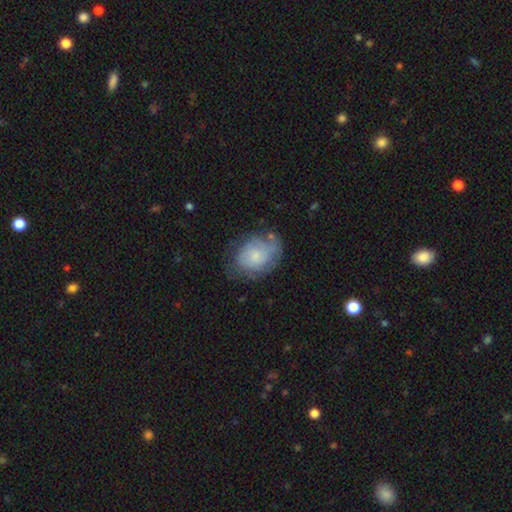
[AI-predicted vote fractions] This is possibly a smooth galaxy (51%). How rounded: likely in between (65%). Merging: possibly none (54%).